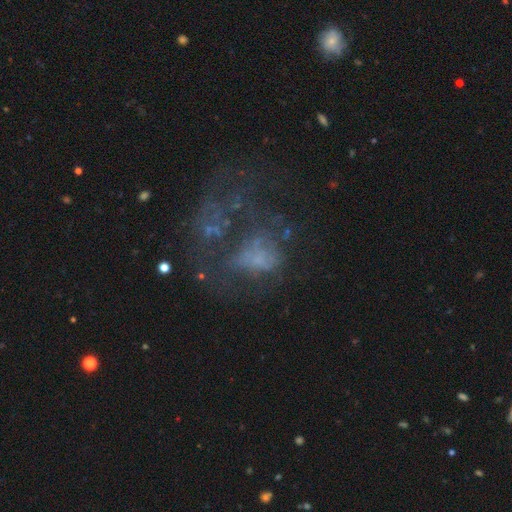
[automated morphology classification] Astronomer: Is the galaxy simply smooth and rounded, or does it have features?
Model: featured or disk — 50% (runner-up: smooth, 26%).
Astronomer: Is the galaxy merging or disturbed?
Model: major disturbance — 49% (runner-up: none, 26%).